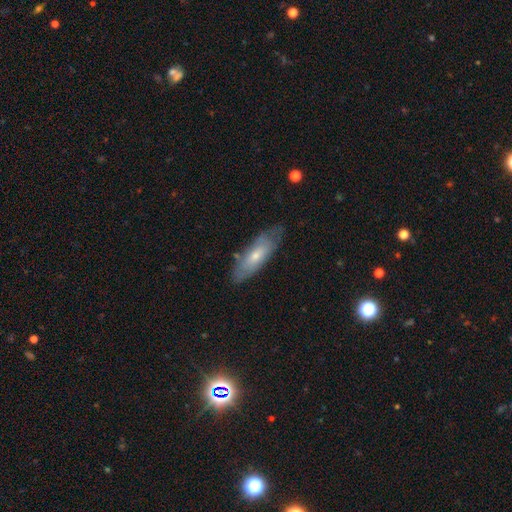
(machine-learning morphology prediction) Overall: smooth (54%; featured or disk 40%). How rounded: in between (58%; cigar-shaped 40%). Merging: none (72%).